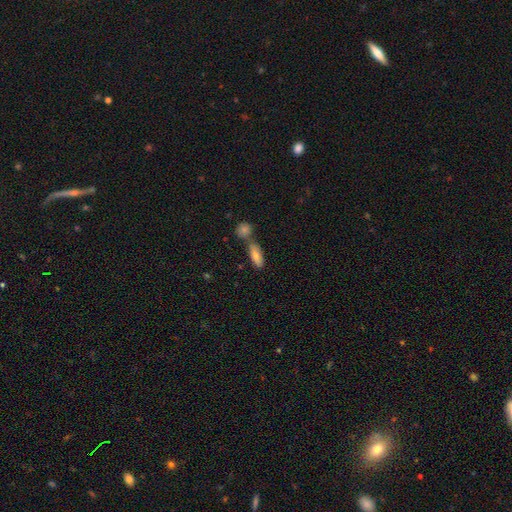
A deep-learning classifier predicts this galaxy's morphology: Smooth or featured: smooth — 77% (featured or disk — 16%)
How rounded: in between — 71% (cigar-shaped — 26%)
Merging: none — 57% (merger — 29%)